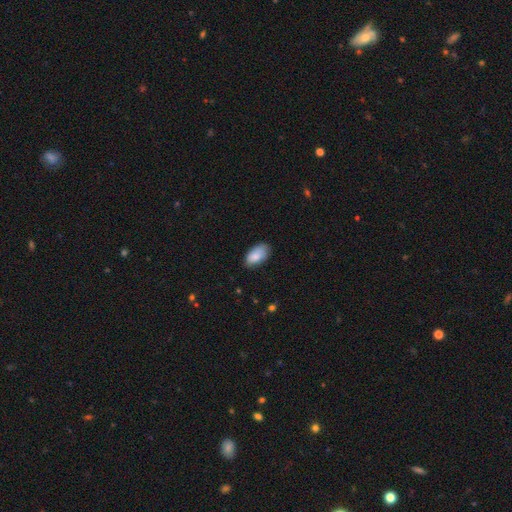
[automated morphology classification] The model was most divided on "merging": none: 73%, minor disturbance: 22%, major disturbance: 4%, merger: 1%. More confident: how rounded — in between (94%); smooth or featured — smooth (85%).